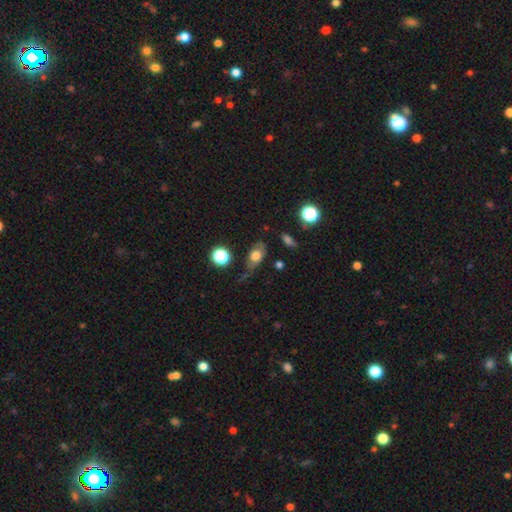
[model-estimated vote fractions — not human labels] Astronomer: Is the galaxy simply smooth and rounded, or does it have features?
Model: smooth — 66%.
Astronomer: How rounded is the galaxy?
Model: in between — 76%.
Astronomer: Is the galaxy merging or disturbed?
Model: none — 51% (runner-up: minor disturbance, 29%).